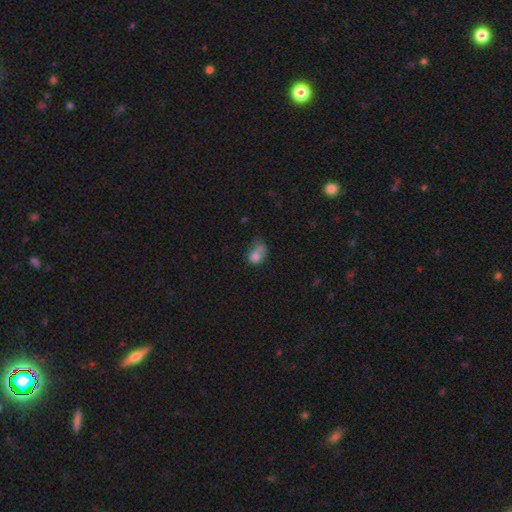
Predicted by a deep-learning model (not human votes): The model was most divided on "merging": merger: 29%, none: 25%, major disturbance: 23%, minor disturbance: 23%. More confident: smooth or featured — smooth (75%); how rounded — in between (54%).